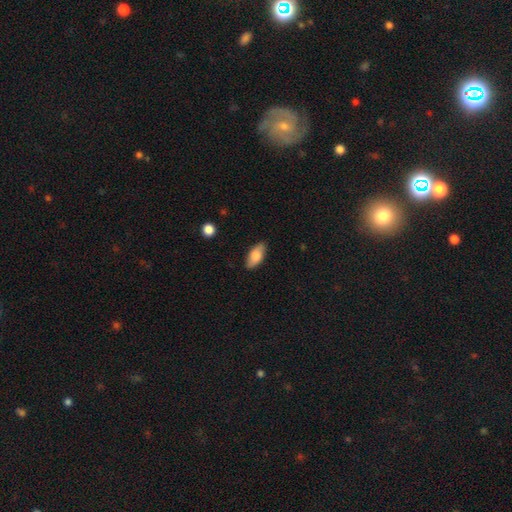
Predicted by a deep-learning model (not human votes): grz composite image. It shows a smooth galaxy with no disk features (79%) that is in between round and cigar-shaped (90%). Merging: none (85%).